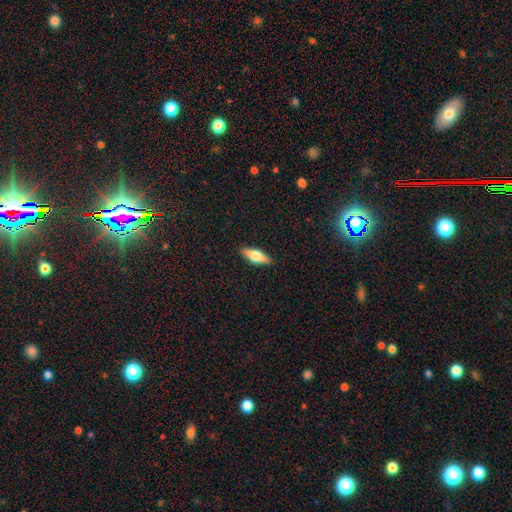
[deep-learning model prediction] A smooth galaxy with no disk features (54%) that is in between round and cigar-shaped (60%).

Vote fractions:
- Smooth or featured? smooth: 54% / featured or disk: 40% / star or artifact: 6%
- How rounded? in between: 60% / cigar-shaped: 37% / round: 3%
- Merging? none: 90% / minor disturbance: 8% / major disturbance: 2% / merger: 1%